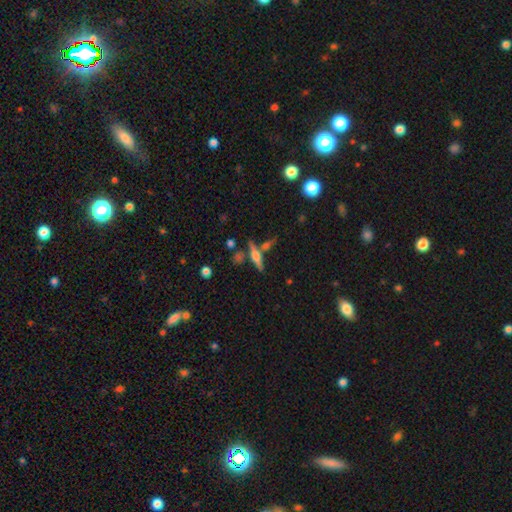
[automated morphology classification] The model was most divided on "smooth or featured": featured or disk: 63%, smooth: 29%, star or artifact: 8%. More confident: edge-on disk — yes (95%); edge-on bulge — rounded (86%); merging — none (70%).